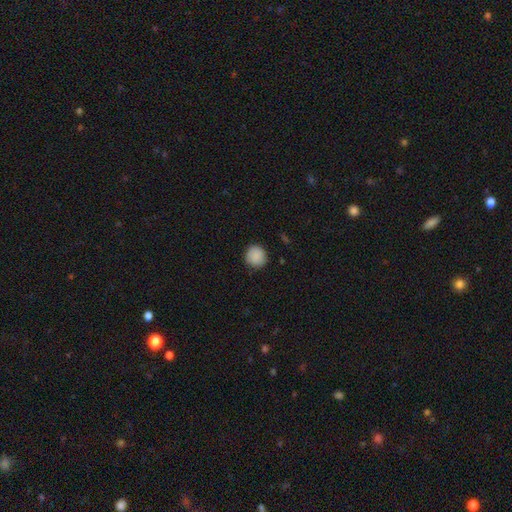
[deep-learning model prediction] A smooth galaxy with no disk features (89%) that is round (90%). Merging: none (84%).